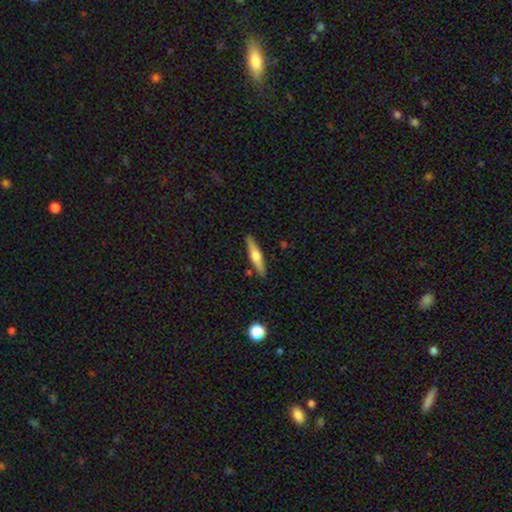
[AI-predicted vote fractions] This is possibly a smooth galaxy (49%). Merging: clearly none (86%).